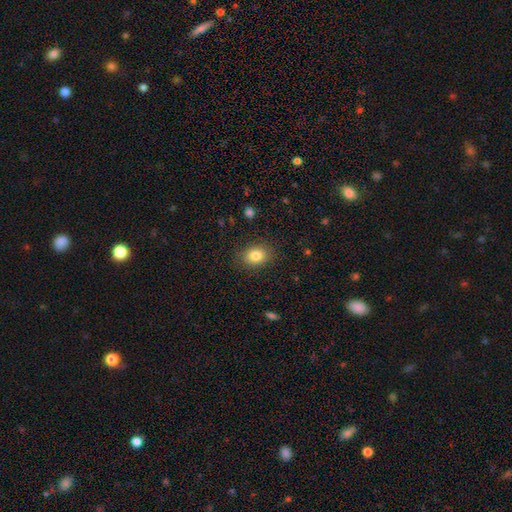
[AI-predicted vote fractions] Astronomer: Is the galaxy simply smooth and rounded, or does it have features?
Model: smooth — 83%.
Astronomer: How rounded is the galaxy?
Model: in between — 64%.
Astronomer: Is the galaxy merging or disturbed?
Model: none — 86%.